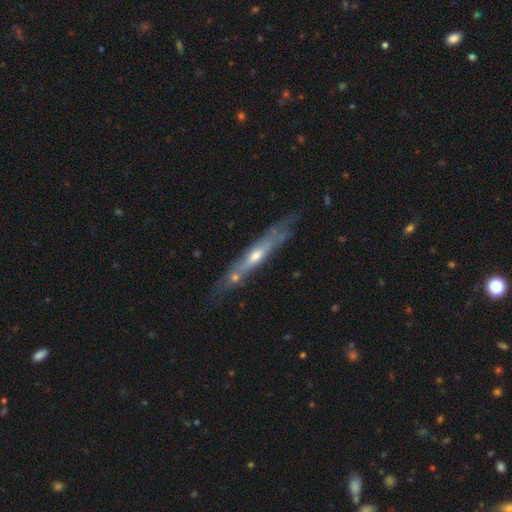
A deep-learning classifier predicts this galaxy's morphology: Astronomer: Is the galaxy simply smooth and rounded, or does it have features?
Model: featured or disk — 70%.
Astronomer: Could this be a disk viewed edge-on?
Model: yes — 78%.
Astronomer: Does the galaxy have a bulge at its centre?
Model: rounded — 68%.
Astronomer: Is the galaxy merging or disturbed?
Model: none — 64%.